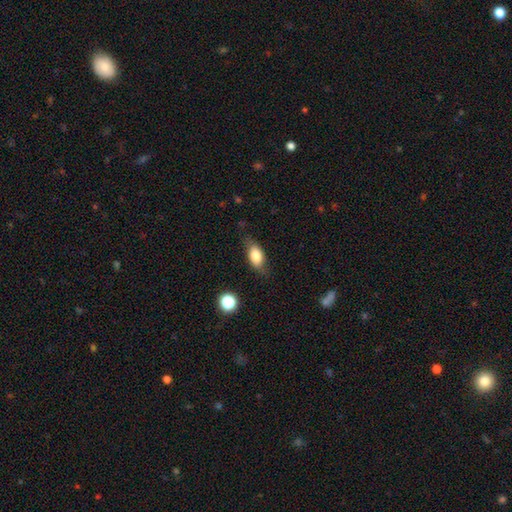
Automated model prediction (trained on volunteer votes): This appears to be a smooth galaxy with no disk features (76%) that is in between round and cigar-shaped (84%). Merging: none (72%).